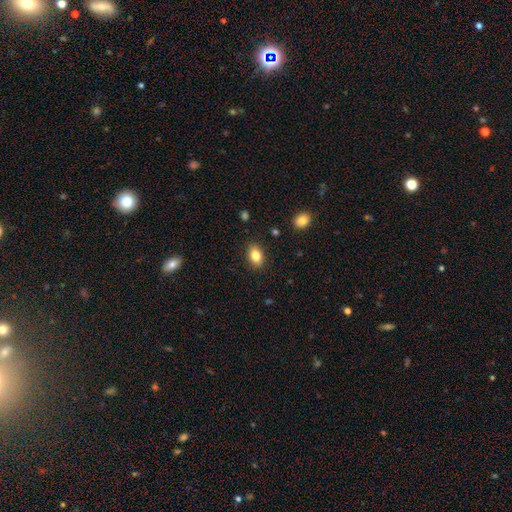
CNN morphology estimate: A smooth galaxy with no disk features (83%) that is in between round and cigar-shaped (83%).

Vote fractions:
- Smooth or featured? smooth: 83% / star or artifact: 8% / featured or disk: 8%
- How rounded? in between: 83% / round: 15% / cigar-shaped: 1%
- Merging? none: 88% / minor disturbance: 9% / major disturbance: 2% / merger: 1%